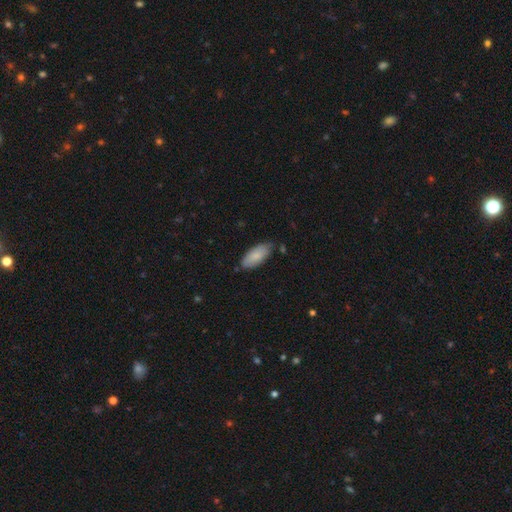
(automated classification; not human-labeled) A smooth galaxy with no disk features (84%) that is in between round and cigar-shaped (87%).

Vote fractions:
- Smooth or featured? smooth: 84% / featured or disk: 11% / star or artifact: 6%
- How rounded? in between: 87% / cigar-shaped: 12% / round: 2%
- Merging? none: 69% / minor disturbance: 24% / major disturbance: 3% / merger: 3%